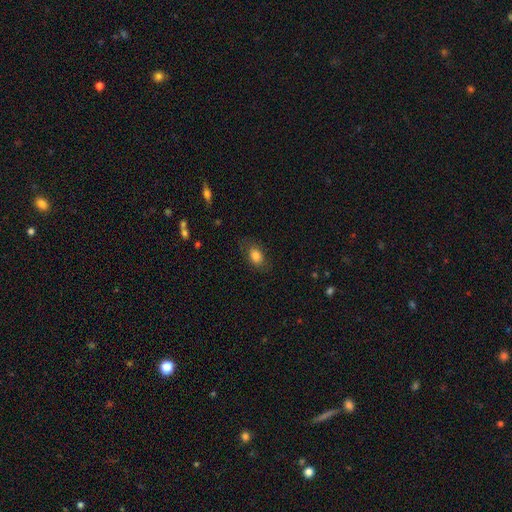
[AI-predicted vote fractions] This is likely a smooth galaxy (78%). How rounded: likely in between (77%). Merging: likely none (73%).